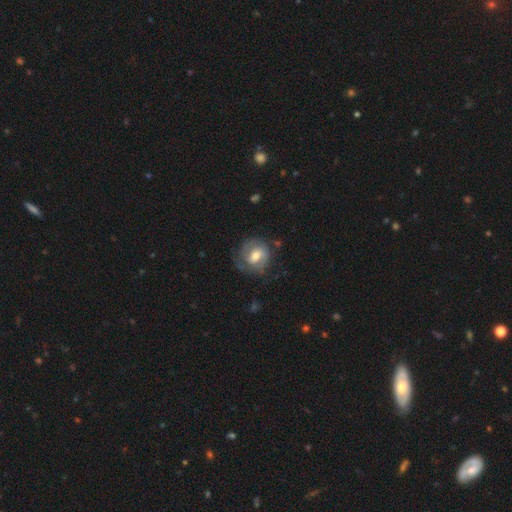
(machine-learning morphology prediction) This appears to be a featured or disk galaxy (58%) with a weak bar (49%), spiral arms (78%) and a moderate central bulge (67%). Merging: none (63%).